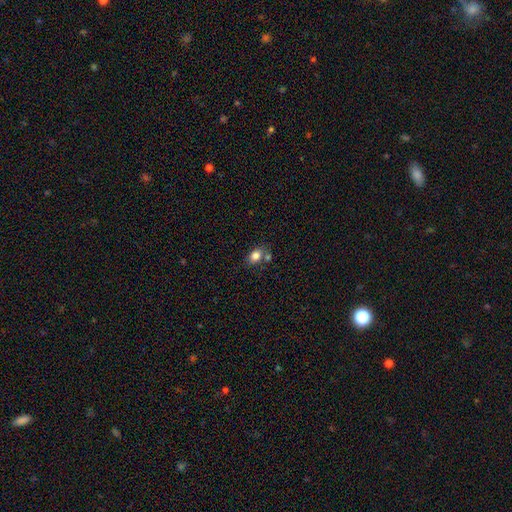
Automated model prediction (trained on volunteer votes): Smooth or featured: smooth — 81% (star or artifact — 10%)
How rounded: in between — 75% (round — 24%)
Merging: none — 62% (merger — 20%)